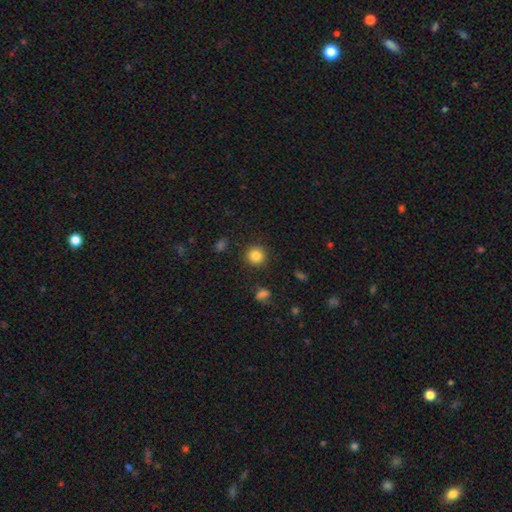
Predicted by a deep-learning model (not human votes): Overall: smooth (84%). How rounded: round (93%). Merging: none (90%).